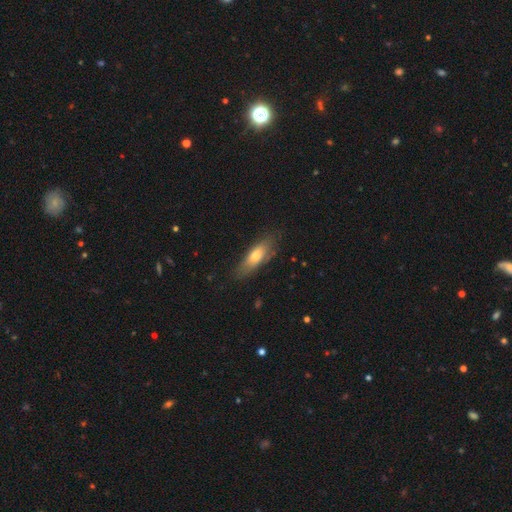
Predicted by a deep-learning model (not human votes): Smooth or featured? smooth (66%)
How rounded? in between (62%)
Merging? none (72%)